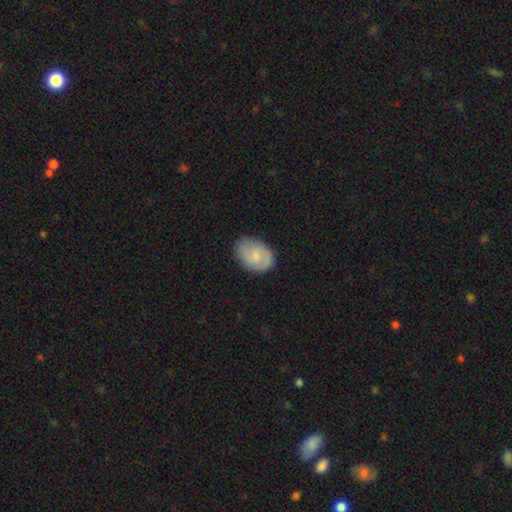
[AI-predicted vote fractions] Smooth or featured? Predicted: smooth (p=0.60). How rounded? Predicted: in between (p=0.79). Merging? Predicted: none (p=0.82).